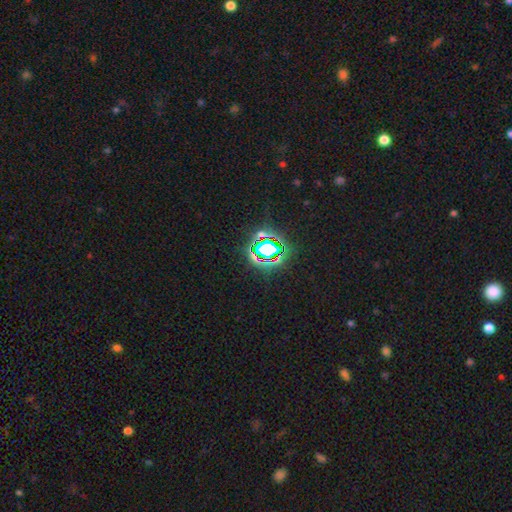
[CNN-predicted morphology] smooth_or_featured: star or artifact (p=0.74) [alt: smooth p=0.16]